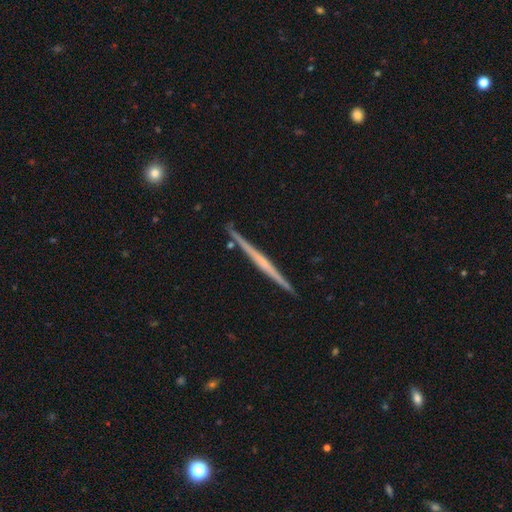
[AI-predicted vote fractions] Smooth or featured: featured or disk — 67% (smooth — 27%)
Edge-on disk: yes — 98% (no — 2%)
Edge-on bulge: none — 73% (rounded — 21%)
Merging: none — 90% (minor disturbance — 7%)